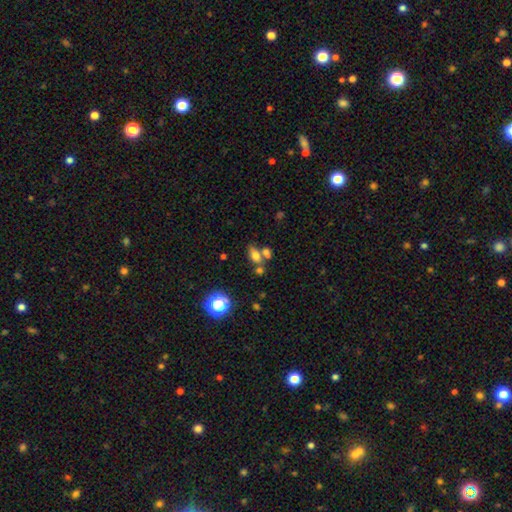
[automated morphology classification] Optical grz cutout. It shows a smooth galaxy with no disk features (67%) that is in between round and cigar-shaped (77%). Merging: none (46%).